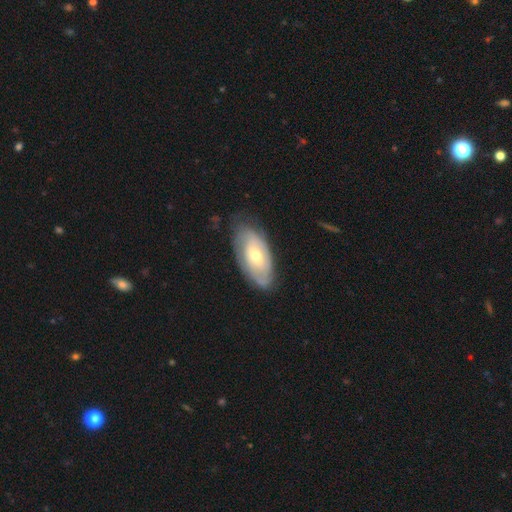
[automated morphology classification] This is likely a featured or disk galaxy (60%). It is clearly not viewed edge-on (89%). Bar: likely no (65%). Spiral arm pattern: likely yes (67%). Central bulge: possibly moderate (57%). Merging: likely none (71%).